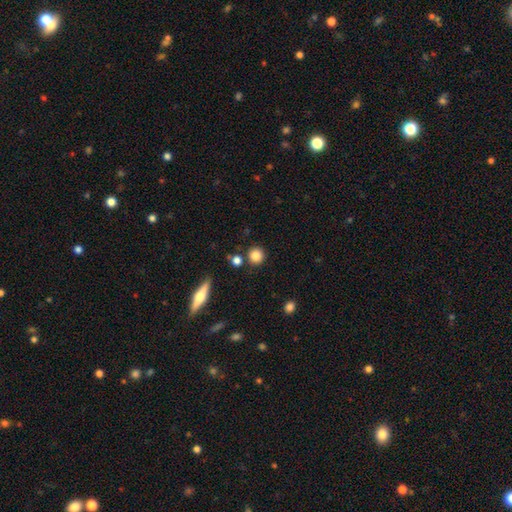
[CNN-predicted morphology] Smooth or featured: smooth — 83% (star or artifact — 10%)
How rounded: round — 92% (in between — 7%)
Merging: none — 85% (minor disturbance — 7%)